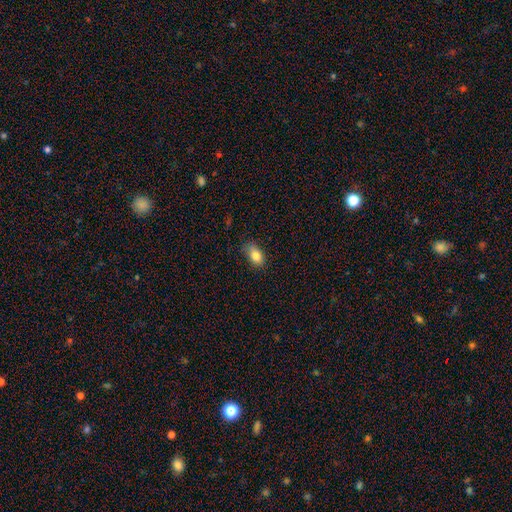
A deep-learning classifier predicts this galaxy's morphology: Q: Smooth or featured?
A: smooth (83%); runner-up: star or artifact (9%)
Q: How rounded?
A: in between (86%); runner-up: round (12%)
Q: Merging?
A: none (74%); runner-up: minor disturbance (21%)